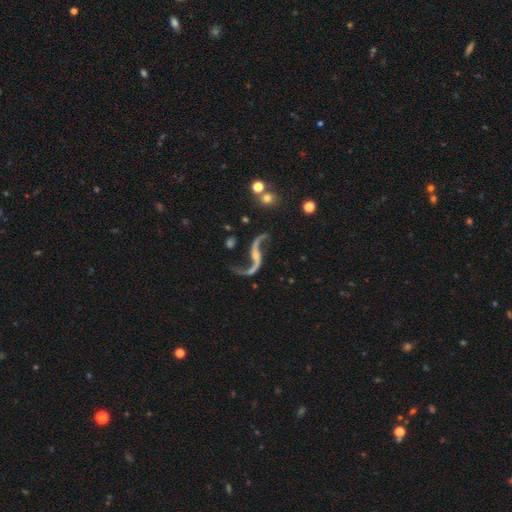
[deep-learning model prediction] A featured or disk galaxy (91%) with no bar (49%), 2 (94%) loose (93%) spiral arms (97%) and a small central bulge (55%). Merging: none (71%).